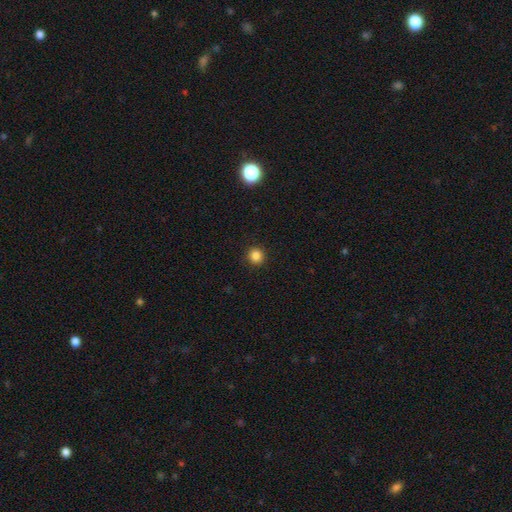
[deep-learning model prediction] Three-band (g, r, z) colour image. It shows a smooth galaxy with no disk features (84%) that is round (94%). Merging: none (93%).